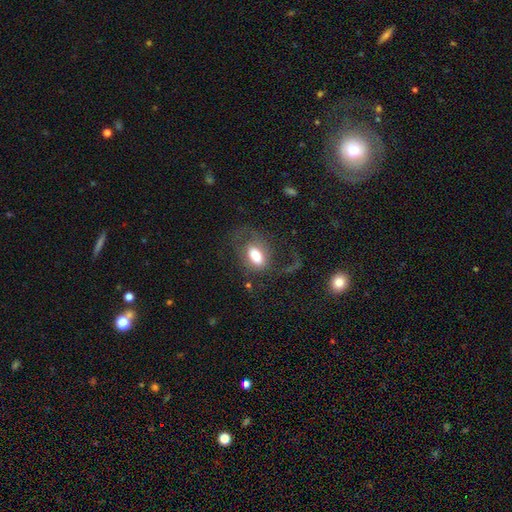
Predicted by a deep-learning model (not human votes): Q: Smooth or featured?
A: smooth (56%); runner-up: featured or disk (36%)
Q: How rounded?
A: in between (86%); runner-up: round (12%)
Q: Merging?
A: none (42%); runner-up: major disturbance (37%)